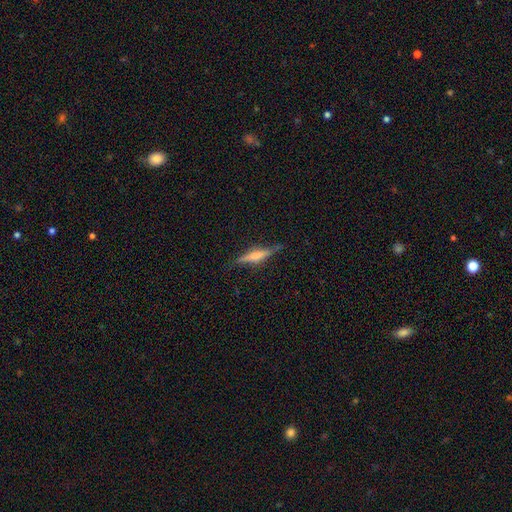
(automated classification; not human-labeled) A featured or disk galaxy (55%) viewed edge-on (95%) with a rounded central bulge (58%). Merging: none (80%).